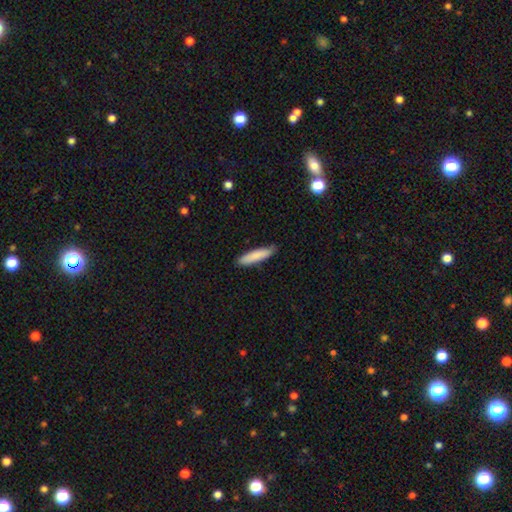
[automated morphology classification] smooth-or-featured: smooth: 85% | featured or disk: 10% | star or artifact: 6%
  how-rounded: cigar-shaped: 83% | in between: 16% | round: 1%
  merging: none: 85% | minor disturbance: 12% | major disturbance: 2% | merger: 1%